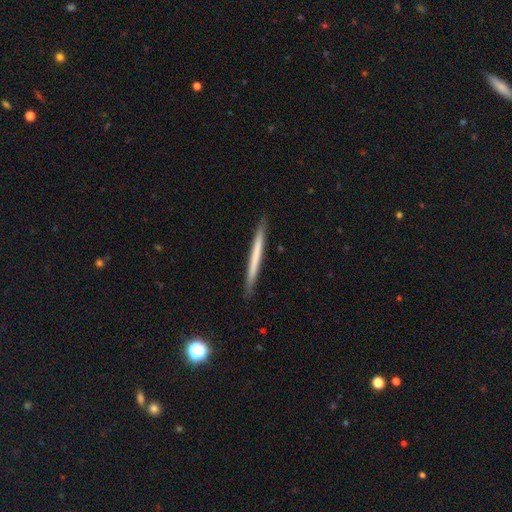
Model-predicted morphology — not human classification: type=smooth (58%); roundness=cigar-shaped (97%); merging=none (90%).